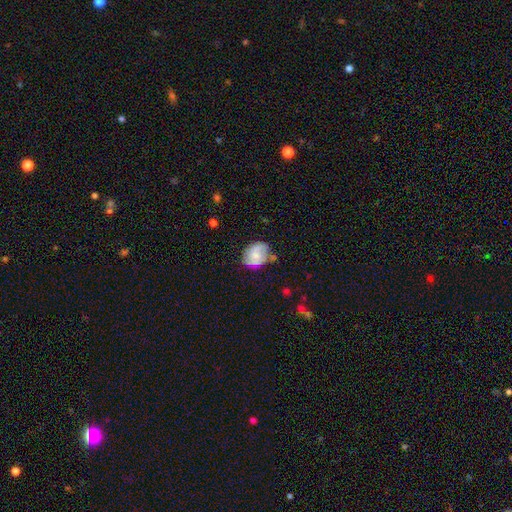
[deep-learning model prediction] Q: Smooth or featured?
A: featured or disk (54%); runner-up: smooth (39%)
Q: Edge-on disk?
A: no (97%); runner-up: yes (3%)
Q: Bar?
A: no (56%); runner-up: weak (37%)
Q: Spiral arms?
A: yes (82%); runner-up: no (18%)
Q: Bulge size?
A: small (47%); runner-up: moderate (38%)
Q: Merging?
A: none (67%); runner-up: minor disturbance (23%)